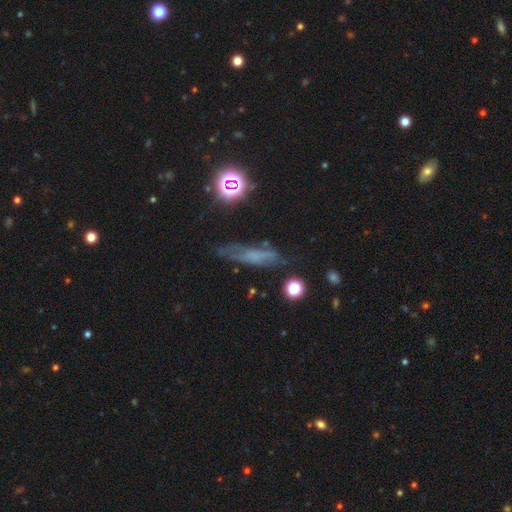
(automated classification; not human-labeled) Overall: smooth (45%; featured or disk 36%). Merging: none (59%; minor disturbance 25%).